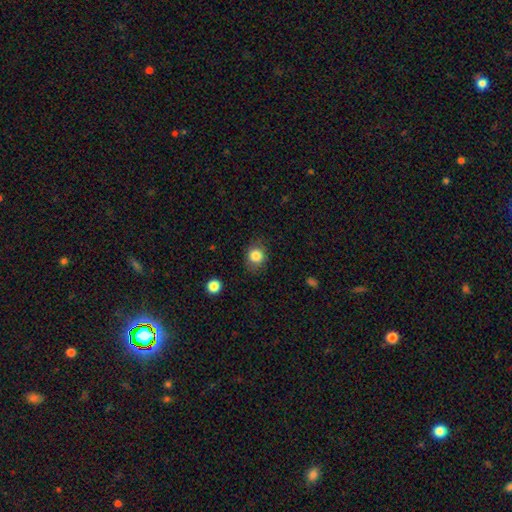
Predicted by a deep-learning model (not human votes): smooth 84%, star or artifact 10%, featured or disk 6%. Down the decision tree: how rounded — round (76%); merging — none (81%).